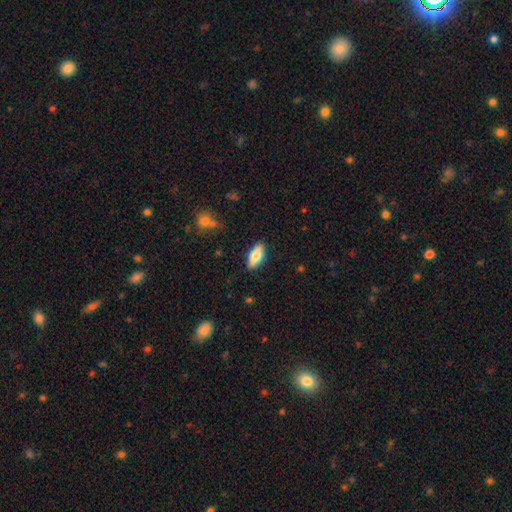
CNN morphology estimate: Smooth or featured?
  - smooth: 74% *
  - featured or disk: 20%
  - star or artifact: 6%
How rounded?
  - in between: 79% *
  - cigar-shaped: 19%
  - round: 2%
Merging?
  - none: 88% *
  - minor disturbance: 9%
  - major disturbance: 2%
  - merger: 1%